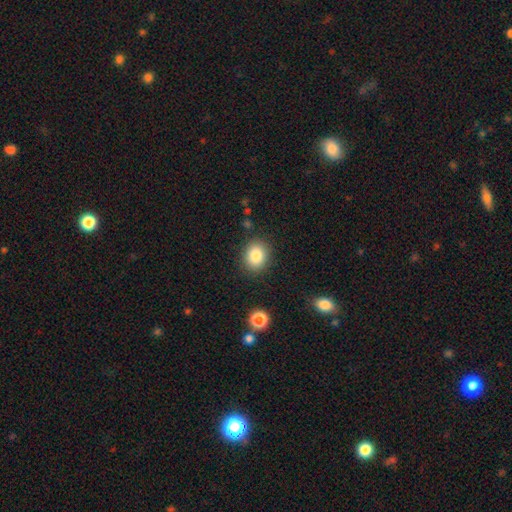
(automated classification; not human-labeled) Morphology: type=smooth (84%); roundness=round (56%); merging=none (86%).